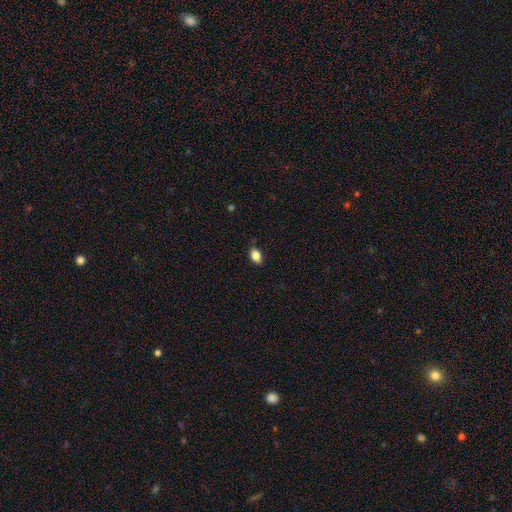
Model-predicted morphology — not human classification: Overall: smooth (85%). How rounded: in between (88%). Merging: none (84%).